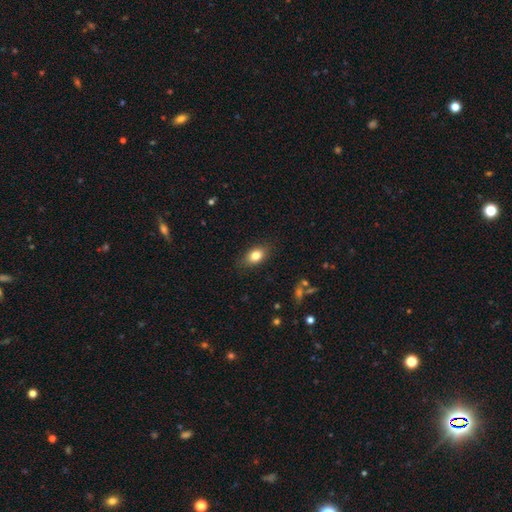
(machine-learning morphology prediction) A smooth galaxy with no disk features (81%) that is in between round and cigar-shaped (81%).

Vote fractions:
- Smooth or featured? smooth: 81% / featured or disk: 10% / star or artifact: 9%
- How rounded? in between: 81% / round: 17% / cigar-shaped: 3%
- Merging? none: 84% / minor disturbance: 12% / major disturbance: 3% / merger: 1%